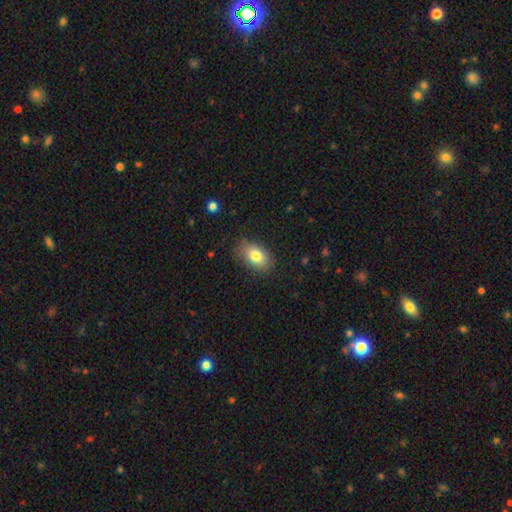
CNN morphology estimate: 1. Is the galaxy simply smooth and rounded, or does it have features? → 80% smooth, 12% featured or disk, 8% star or artifact.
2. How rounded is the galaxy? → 89% in between, 10% round, 2% cigar-shaped.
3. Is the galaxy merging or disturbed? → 81% none, 14% minor disturbance, 3% major disturbance, 1% merger.